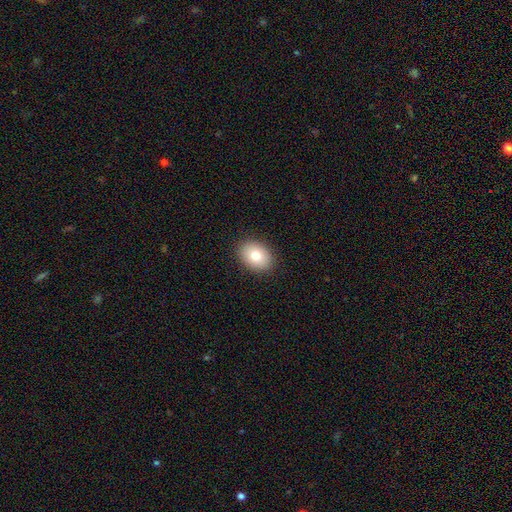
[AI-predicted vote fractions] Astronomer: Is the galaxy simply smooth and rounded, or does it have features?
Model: smooth — 79%.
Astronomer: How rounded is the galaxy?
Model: in between — 71%.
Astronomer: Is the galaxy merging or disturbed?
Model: none — 89%.